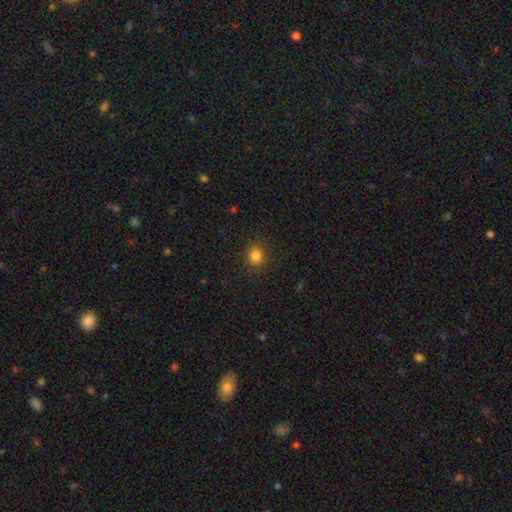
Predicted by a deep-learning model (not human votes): A smooth galaxy with no disk features (82%) that is round (71%).

Vote fractions:
- Smooth or featured? smooth: 82% / star or artifact: 13% / featured or disk: 5%
- How rounded? round: 71% / in between: 28% / cigar-shaped: 1%
- Merging? none: 88% / minor disturbance: 8% / major disturbance: 3% / merger: 1%